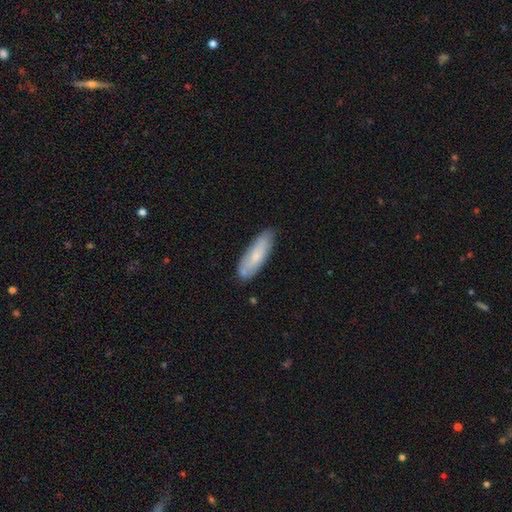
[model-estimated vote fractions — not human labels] A smooth galaxy with no disk features (73%) that is cigar-shaped (50%).

Vote fractions:
- Smooth or featured? smooth: 73% / featured or disk: 21% / star or artifact: 6%
- How rounded? cigar-shaped: 50% / in between: 49% / round: 2%
- Merging? none: 75% / minor disturbance: 19% / major disturbance: 3% / merger: 3%